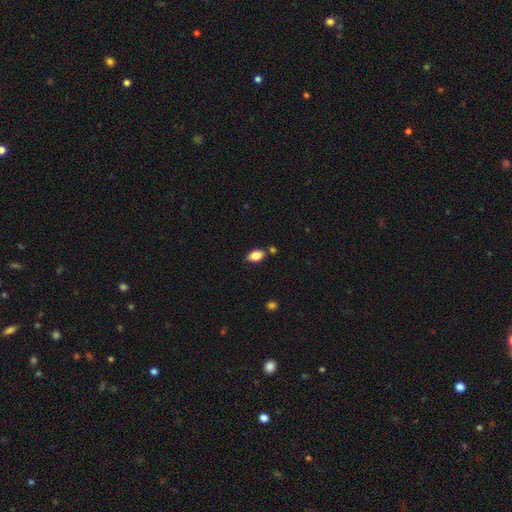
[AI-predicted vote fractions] smooth_or_featured: smooth (p=0.84) [alt: star or artifact p=0.08]
how_rounded: in between (p=0.91) [alt: round p=0.07]
merging: none (p=0.77) [alt: minor disturbance p=0.12]